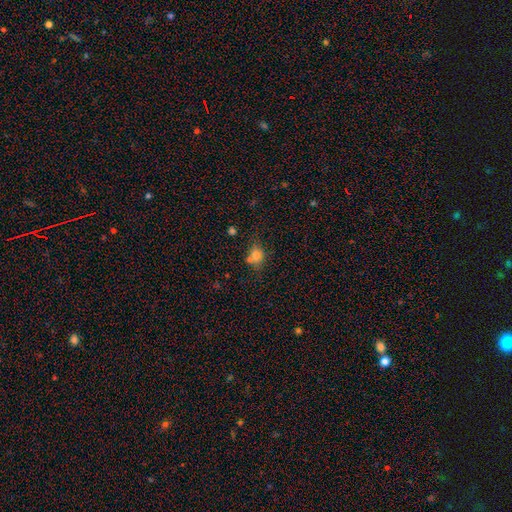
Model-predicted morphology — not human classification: Smooth or featured? Predicted: smooth (p=0.74). How rounded? Predicted: round (p=0.57). Merging? Predicted: none (p=0.54).